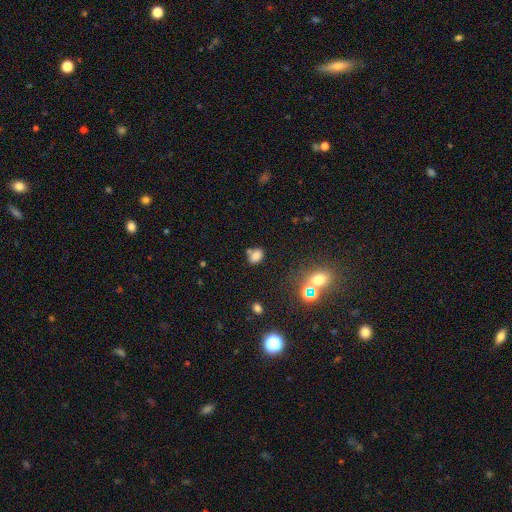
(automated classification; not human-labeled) A smooth galaxy with no disk features (74%) that is in between round and cigar-shaped (73%). Merging: none (56%).